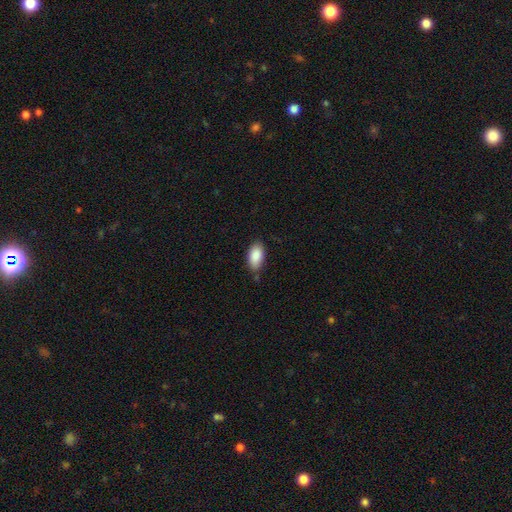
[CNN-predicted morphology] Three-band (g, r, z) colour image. It shows a smooth galaxy with no disk features (88%) that is in between round and cigar-shaped (94%). Merging: none (78%).